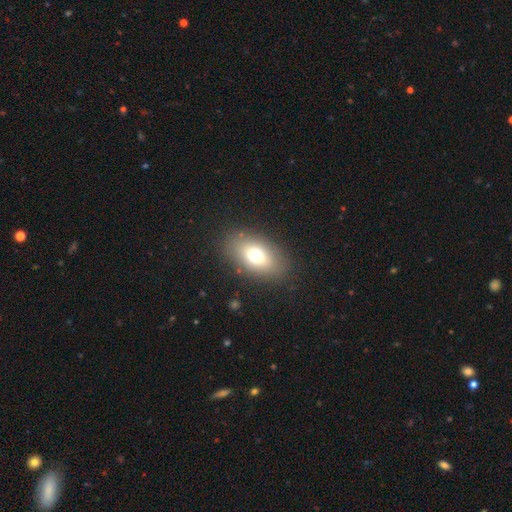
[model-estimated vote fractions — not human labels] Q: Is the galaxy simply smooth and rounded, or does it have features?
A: smooth — 70%.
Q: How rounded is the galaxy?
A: in between — 86%.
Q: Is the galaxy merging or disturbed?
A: none — 84%.